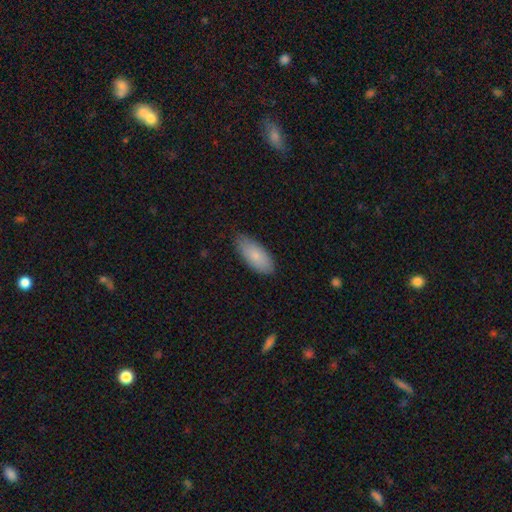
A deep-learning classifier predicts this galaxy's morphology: smooth-or-featured: smooth: 83% | featured or disk: 11% | star or artifact: 6%
  how-rounded: in between: 87% | cigar-shaped: 12% | round: 2%
  merging: none: 79% | minor disturbance: 17% | major disturbance: 3% | merger: 1%